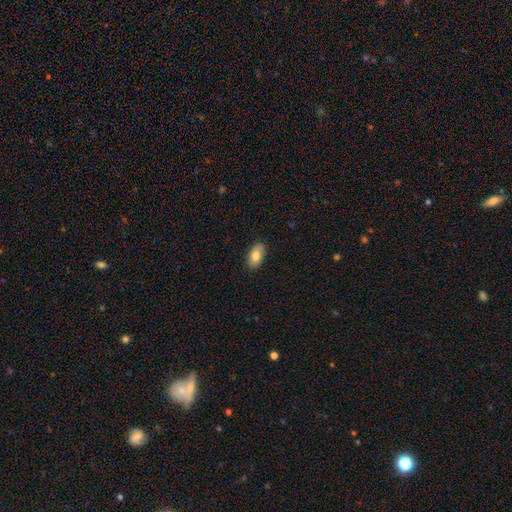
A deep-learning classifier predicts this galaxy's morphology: smooth-or-featured: smooth: 79% | featured or disk: 14% | star or artifact: 7%
  how-rounded: in between: 93% | round: 4% | cigar-shaped: 3%
  merging: none: 88% | minor disturbance: 10% | major disturbance: 2% | merger: 1%